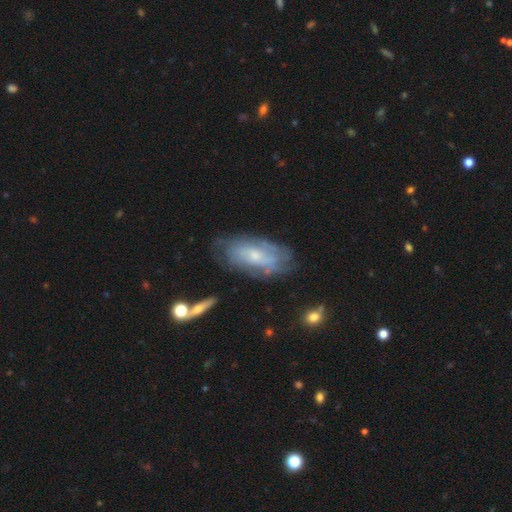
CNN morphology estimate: Smooth or featured? Predicted: featured or disk (p=0.62). Edge-on disk? Predicted: no (p=0.89). Bar? Predicted: no (p=0.70). Spiral arms? Predicted: yes (p=0.68). Bulge size? Predicted: small (p=0.60). Merging? Predicted: none (p=0.65).